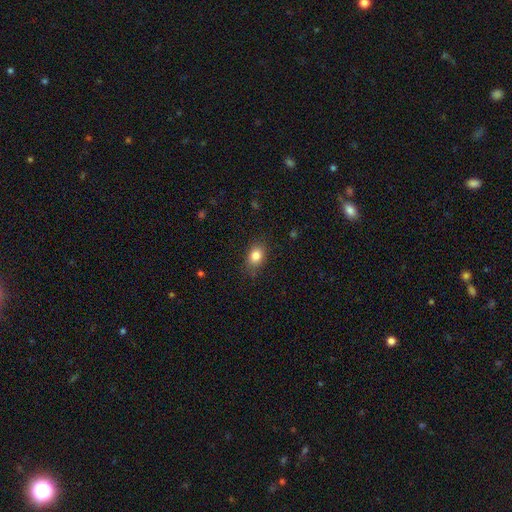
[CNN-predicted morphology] Smooth or featured: smooth — 83% (star or artifact — 10%)
How rounded: in between — 67% (round — 31%)
Merging: none — 83% (minor disturbance — 13%)